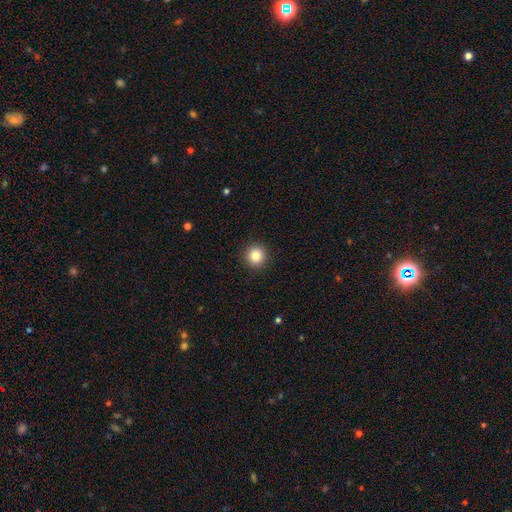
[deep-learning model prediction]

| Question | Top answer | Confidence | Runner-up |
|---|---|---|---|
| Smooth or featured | smooth | 85% | star or artifact (10%) |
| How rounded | round | 95% | in between (4%) |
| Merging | none | 92% | minor disturbance (5%) |